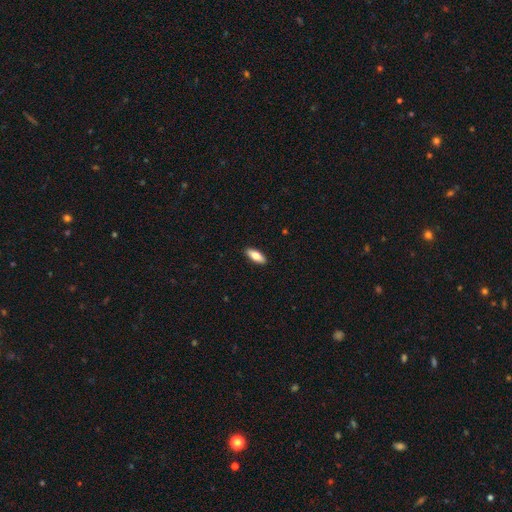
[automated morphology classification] A smooth galaxy with no disk features (74%) that is in between round and cigar-shaped (70%).

Vote fractions:
- Smooth or featured? smooth: 74% / featured or disk: 20% / star or artifact: 6%
- How rounded? in between: 70% / cigar-shaped: 28% / round: 2%
- Merging? none: 91% / minor disturbance: 7% / major disturbance: 1% / merger: 1%